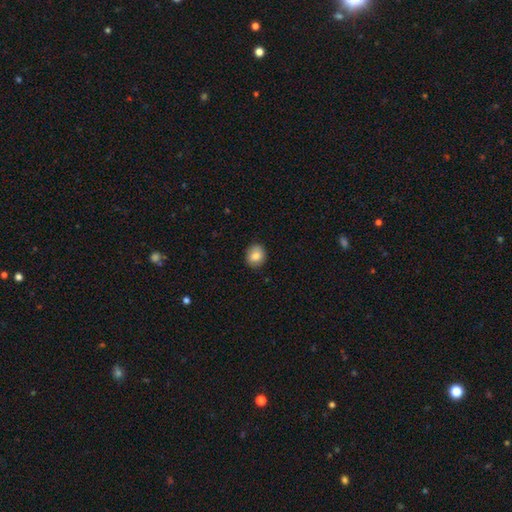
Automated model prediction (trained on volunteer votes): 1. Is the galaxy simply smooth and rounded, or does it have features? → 84% smooth, 8% star or artifact, 8% featured or disk.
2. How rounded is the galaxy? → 74% round, 25% in between, 1% cigar-shaped.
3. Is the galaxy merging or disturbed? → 88% none, 9% minor disturbance, 2% major disturbance, 1% merger.